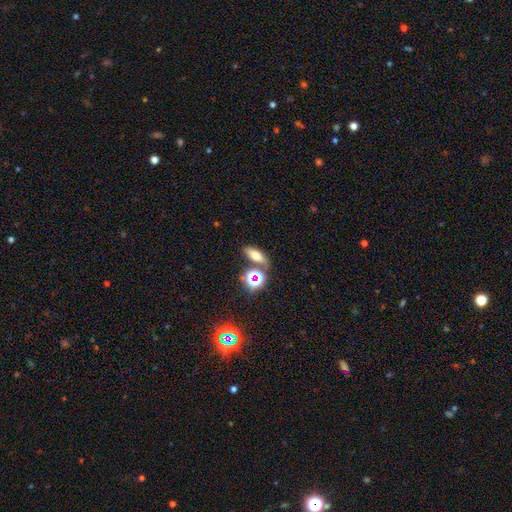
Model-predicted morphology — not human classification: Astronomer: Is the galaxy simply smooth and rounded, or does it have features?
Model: smooth — 63%.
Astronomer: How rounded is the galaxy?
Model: in between — 66%.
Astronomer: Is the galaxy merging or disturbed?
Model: none — 73%.